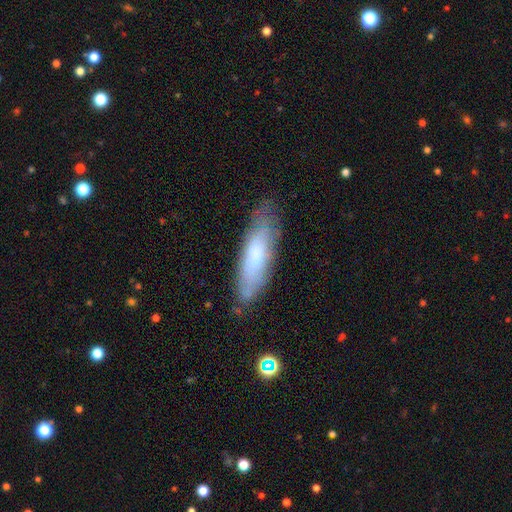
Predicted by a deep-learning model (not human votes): smooth-or-featured: smooth: 56% | featured or disk: 36% | star or artifact: 8%
  how-rounded: cigar-shaped: 58% | in between: 40% | round: 2%
  merging: none: 70% | minor disturbance: 21% | major disturbance: 6% | merger: 2%